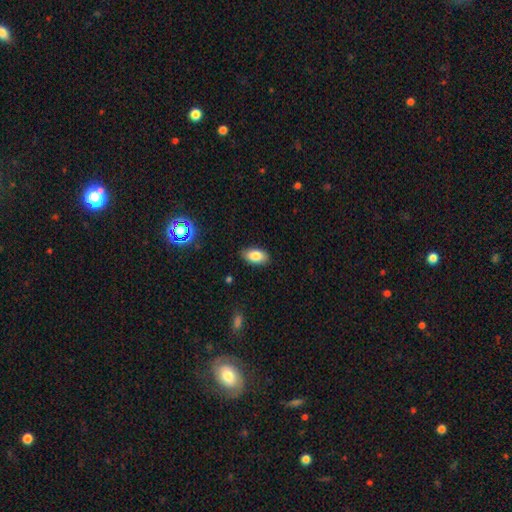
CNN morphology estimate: This is clearly a smooth galaxy (84%). How rounded: clearly in between (93%). Merging: clearly none (86%).